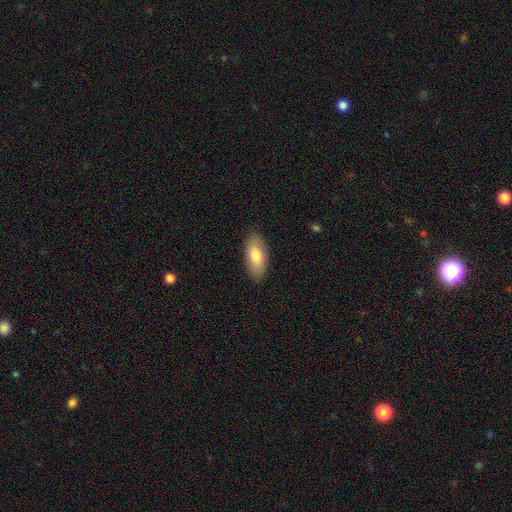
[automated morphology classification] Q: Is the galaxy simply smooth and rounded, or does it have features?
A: smooth — 79%.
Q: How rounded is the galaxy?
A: in between — 89%.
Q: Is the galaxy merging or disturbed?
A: none — 87%.